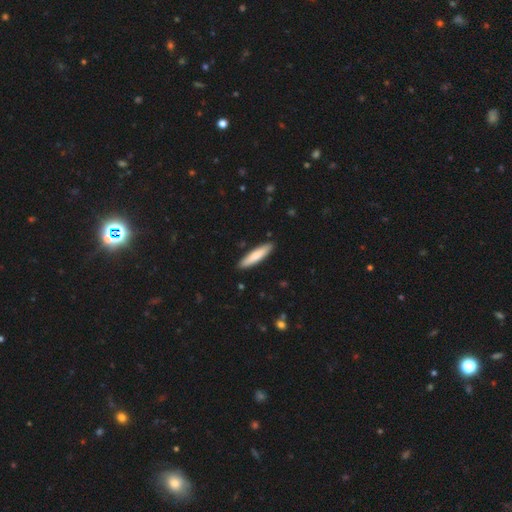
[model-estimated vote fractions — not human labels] A smooth galaxy with no disk features (77%) that is cigar-shaped (82%). Merging: none (90%).